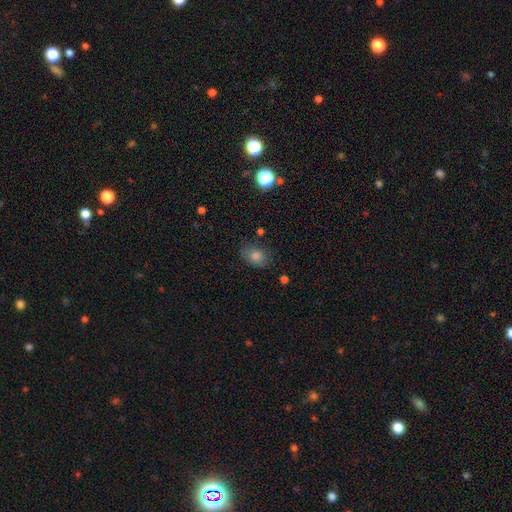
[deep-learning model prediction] Smooth or featured? smooth (74%)
How rounded? in between (64%)
Merging? none (79%)